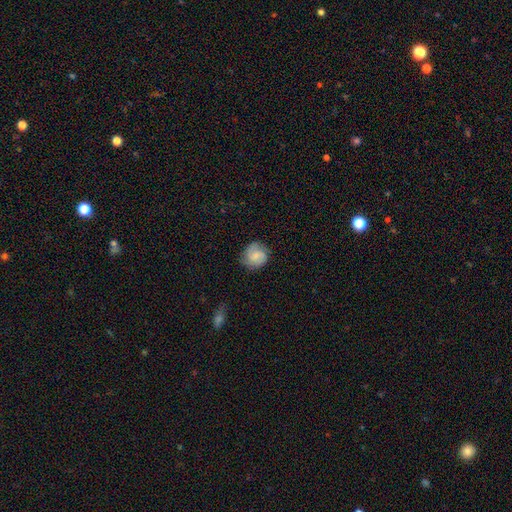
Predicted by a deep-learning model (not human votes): Overall: smooth (56%; featured or disk 36%). How rounded: round (82%). Merging: none (77%).